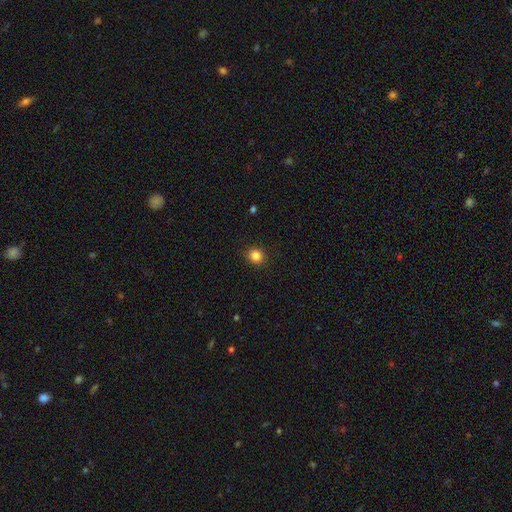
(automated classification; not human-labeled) Smooth or featured? Predicted: smooth (p=0.84). How rounded? Predicted: round (p=0.89). Merging? Predicted: none (p=0.91).